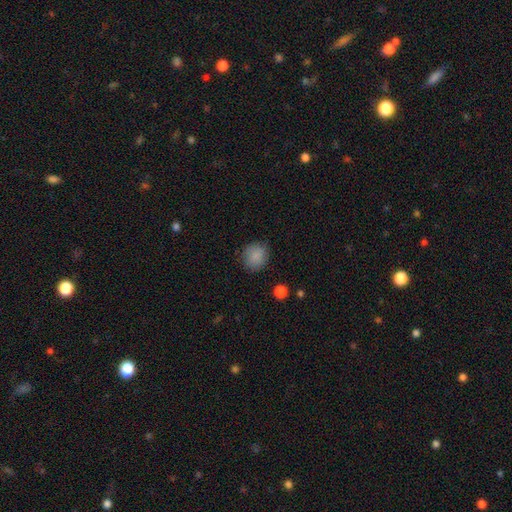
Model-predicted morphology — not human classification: smooth_or_featured: smooth (p=0.86) [alt: star or artifact p=0.09]
how_rounded: round (p=0.78) [alt: in between p=0.21]
merging: none (p=0.82) [alt: minor disturbance p=0.13]